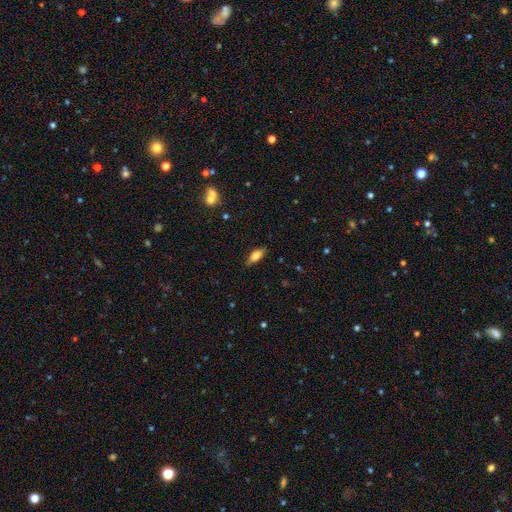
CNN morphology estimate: A smooth galaxy with no disk features (75%) that is in between round and cigar-shaped (80%). Merging: none (84%).